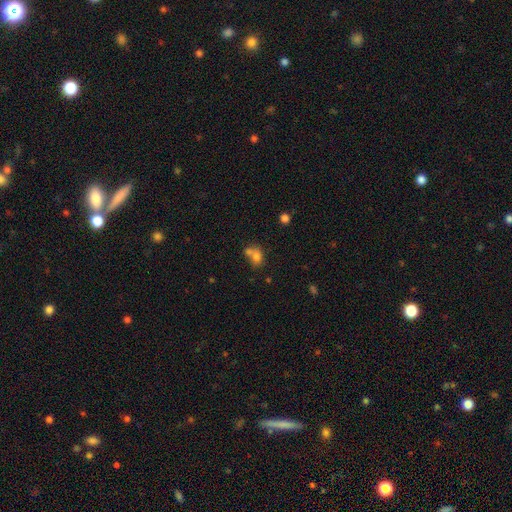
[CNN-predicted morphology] smooth_or_featured: smooth (p=0.74) [alt: featured or disk p=0.13]
how_rounded: in between (p=0.63) [alt: round p=0.36]
merging: merger (p=0.51) [alt: none p=0.33]